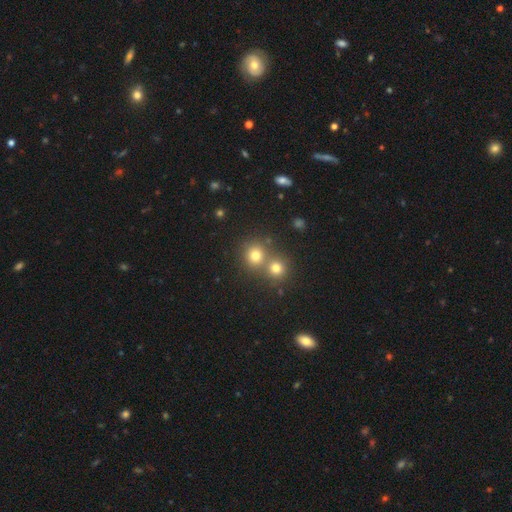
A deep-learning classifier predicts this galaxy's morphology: The model was most divided on "merging": none: 53%, merger: 38%, minor disturbance: 6%, major disturbance: 2%. More confident: how rounded — round (85%); smooth or featured — smooth (75%).